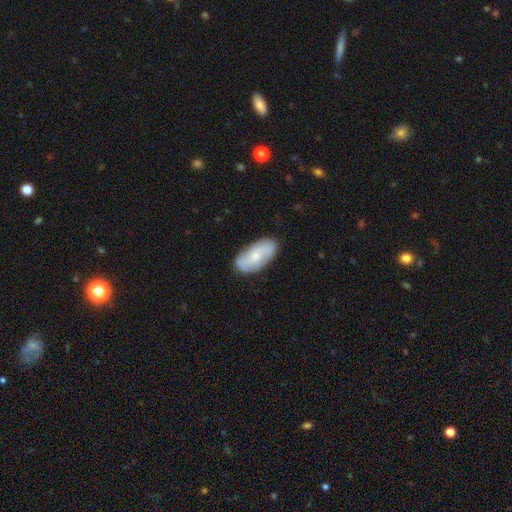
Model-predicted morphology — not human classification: This is possibly a smooth galaxy (50%). How rounded: clearly in between (90%). Merging: clearly none (82%).